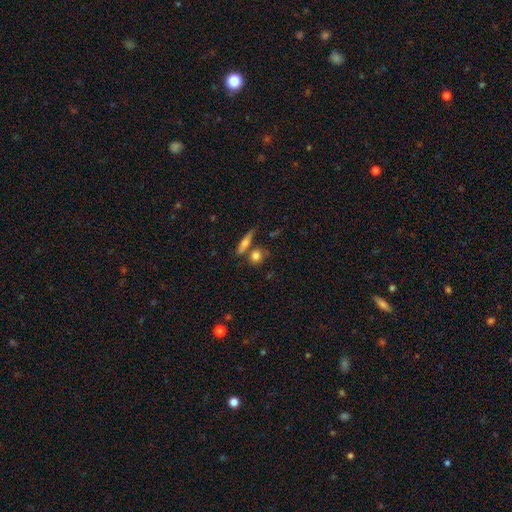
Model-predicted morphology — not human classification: smooth_or_featured: smooth (p=0.77) [alt: featured or disk p=0.13]
how_rounded: round (p=0.60) [alt: in between p=0.30]
merging: none (p=0.59) [alt: merger p=0.25]